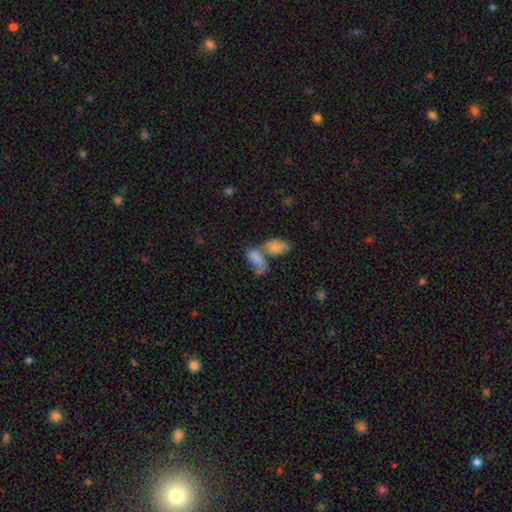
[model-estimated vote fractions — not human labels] Smooth or featured: smooth — 75% (featured or disk — 14%)
How rounded: in between — 89% (round — 6%)
Merging: merger — 64% (none — 21%)